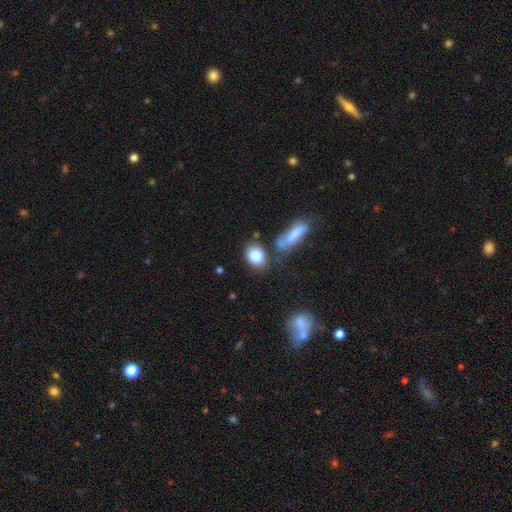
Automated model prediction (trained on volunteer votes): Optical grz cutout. It shows a smooth galaxy with no disk features (83%) that is in between round and cigar-shaped (67%). Merging: none (64%).